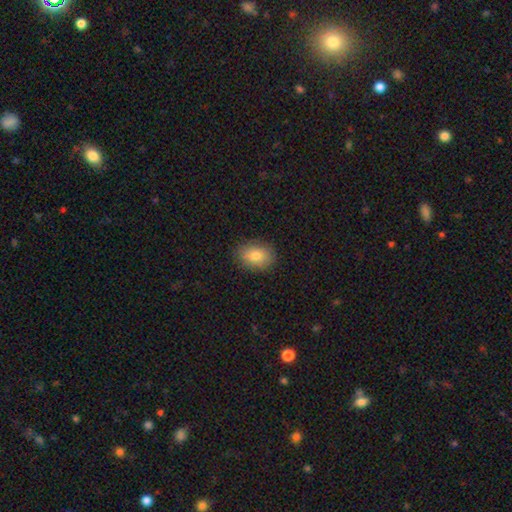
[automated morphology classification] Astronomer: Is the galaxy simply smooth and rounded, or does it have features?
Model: smooth — 81%.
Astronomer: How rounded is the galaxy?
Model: in between — 71%.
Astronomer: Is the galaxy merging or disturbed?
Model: none — 86%.